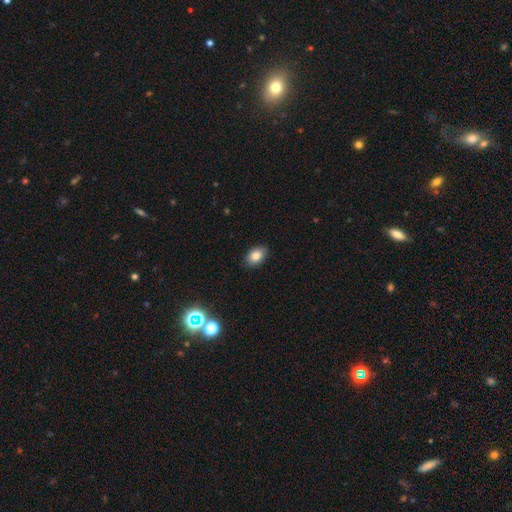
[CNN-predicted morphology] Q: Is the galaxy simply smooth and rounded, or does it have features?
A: smooth — 84%.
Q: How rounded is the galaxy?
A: in between — 86%.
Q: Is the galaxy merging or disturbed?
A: none — 87%.